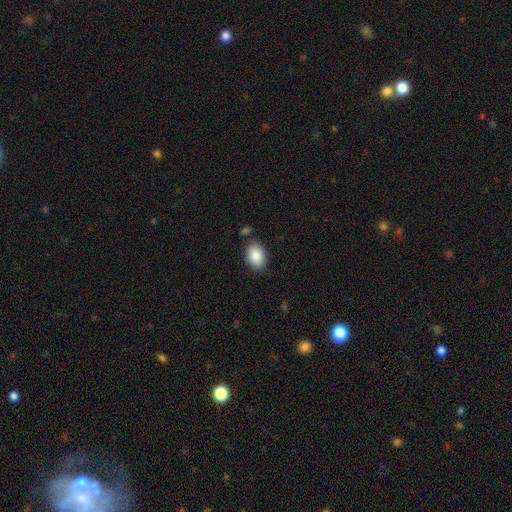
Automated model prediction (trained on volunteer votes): Smooth or featured? smooth (88%)
How rounded? in between (82%)
Merging? none (82%)